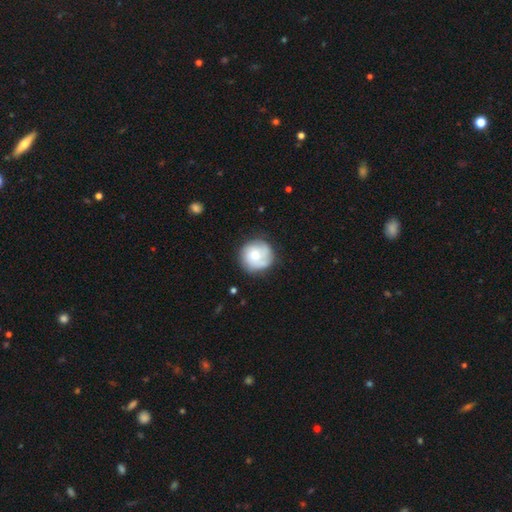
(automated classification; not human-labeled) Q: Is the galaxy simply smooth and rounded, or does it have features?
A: smooth — 55%.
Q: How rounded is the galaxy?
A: round — 92%.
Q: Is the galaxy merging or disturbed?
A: none — 74%.